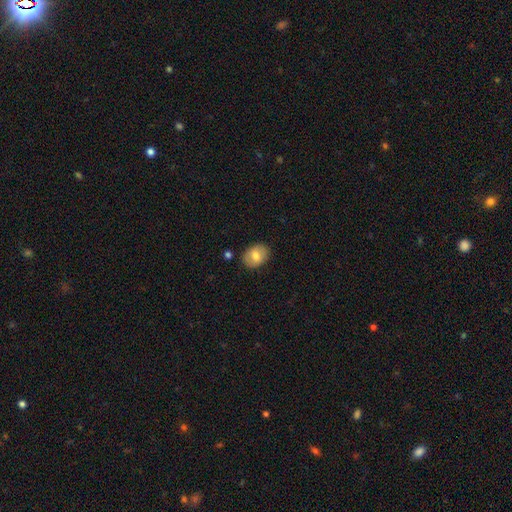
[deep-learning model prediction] Smooth or featured: smooth — 72% (featured or disk — 20%)
How rounded: in between — 66% (round — 33%)
Merging: none — 84% (minor disturbance — 11%)